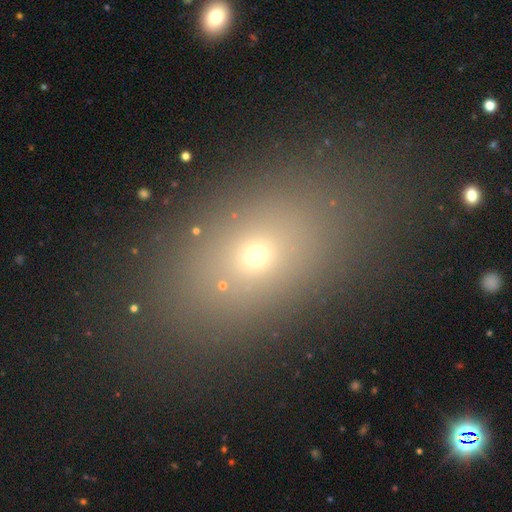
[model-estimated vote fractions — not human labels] Q: Smooth or featured?
A: smooth (63%); runner-up: star or artifact (22%)
Q: How rounded?
A: in between (76%); runner-up: round (21%)
Q: Merging?
A: none (83%); runner-up: minor disturbance (9%)